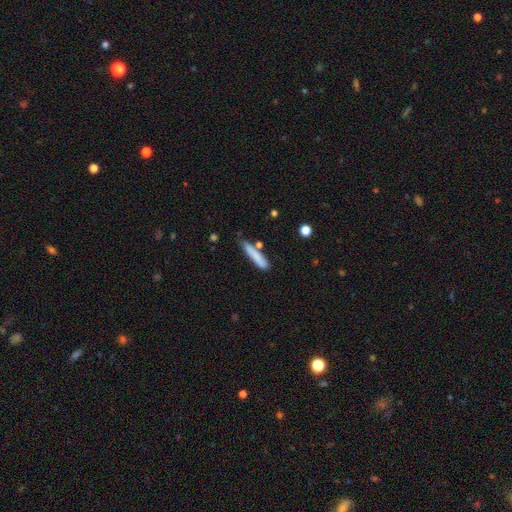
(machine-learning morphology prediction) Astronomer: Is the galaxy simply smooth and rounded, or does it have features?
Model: smooth — 79%.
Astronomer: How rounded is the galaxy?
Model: cigar-shaped — 90%.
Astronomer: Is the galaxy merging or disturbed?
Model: none — 69%.